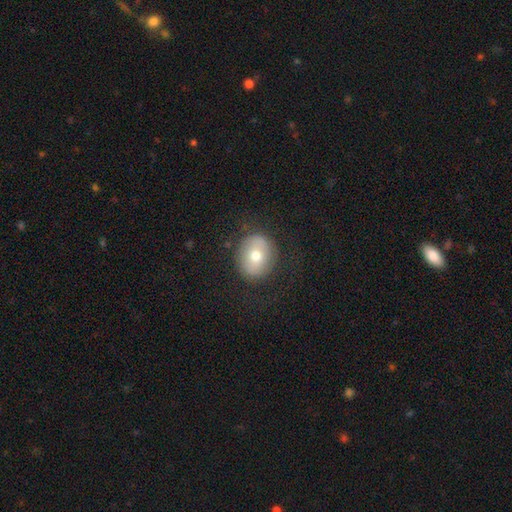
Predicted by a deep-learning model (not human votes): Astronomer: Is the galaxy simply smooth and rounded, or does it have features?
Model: smooth — 65%.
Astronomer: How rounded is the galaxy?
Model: round — 64%.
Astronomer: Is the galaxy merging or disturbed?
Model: none — 82%.